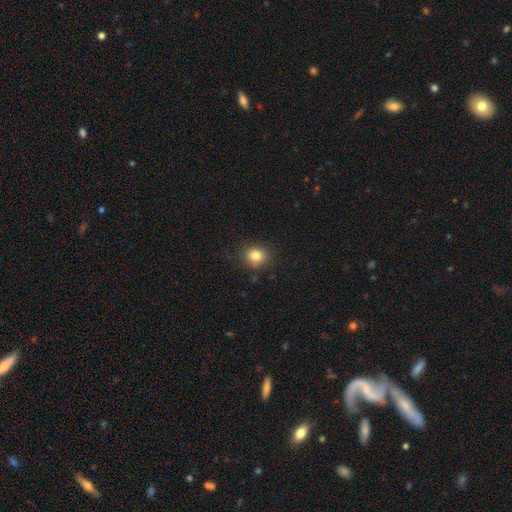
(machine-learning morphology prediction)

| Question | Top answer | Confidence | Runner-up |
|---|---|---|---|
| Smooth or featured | smooth | 82% | star or artifact (12%) |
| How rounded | round | 81% | in between (18%) |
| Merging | none | 85% | minor disturbance (10%) |